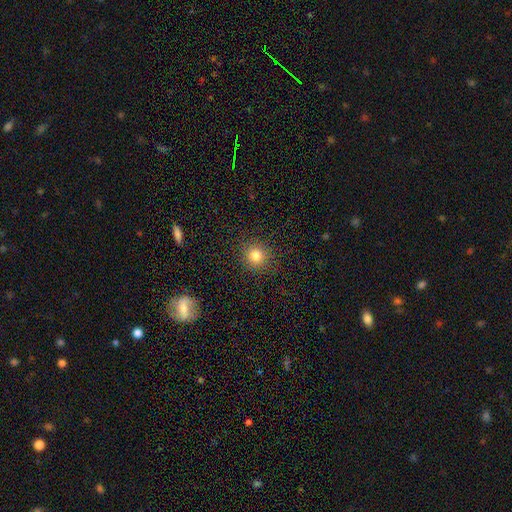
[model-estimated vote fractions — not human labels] Smooth or featured? Predicted: smooth (p=0.81). How rounded? Predicted: round (p=0.92). Merging? Predicted: none (p=0.90).